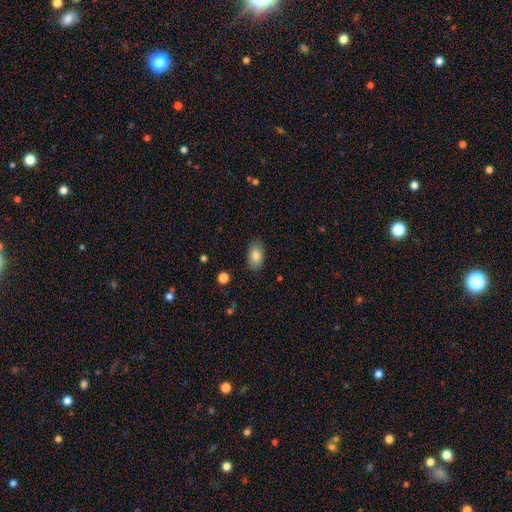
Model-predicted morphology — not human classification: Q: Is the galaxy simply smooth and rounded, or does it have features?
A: smooth — 83%.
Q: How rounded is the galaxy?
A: in between — 92%.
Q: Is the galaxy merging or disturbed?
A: none — 86%.